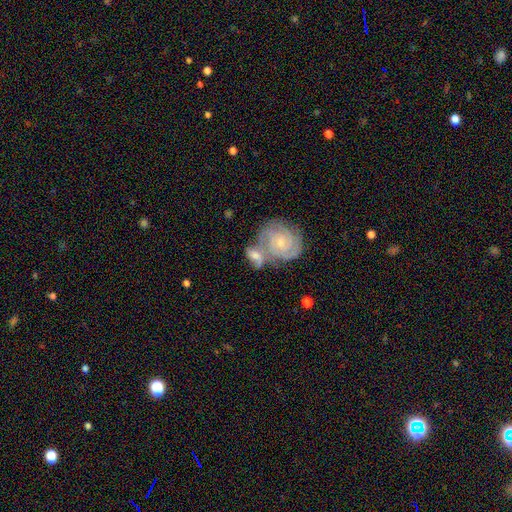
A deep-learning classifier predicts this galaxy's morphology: Q: Smooth or featured?
A: featured or disk (68%); runner-up: smooth (25%)
Q: Edge-on disk?
A: no (96%); runner-up: yes (4%)
Q: Bar?
A: no (65%); runner-up: weak (28%)
Q: Spiral arms?
A: yes (90%); runner-up: no (10%)
Q: Spiral winding?
A: tight (62%); runner-up: medium (29%)
Q: Spiral arm count?
A: can't tell (29%); tied with: 2 (29%)
Q: Bulge size?
A: small (58%); runner-up: moderate (33%)
Q: Merging?
A: merger (52%); runner-up: none (28%)